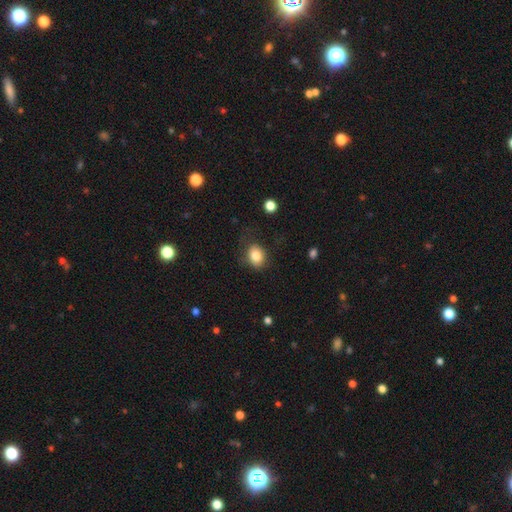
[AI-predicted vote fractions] The model was most divided on "how rounded": in between: 51%, round: 48%, cigar-shaped: 1%. More confident: smooth or featured — smooth (83%); merging — none (70%).